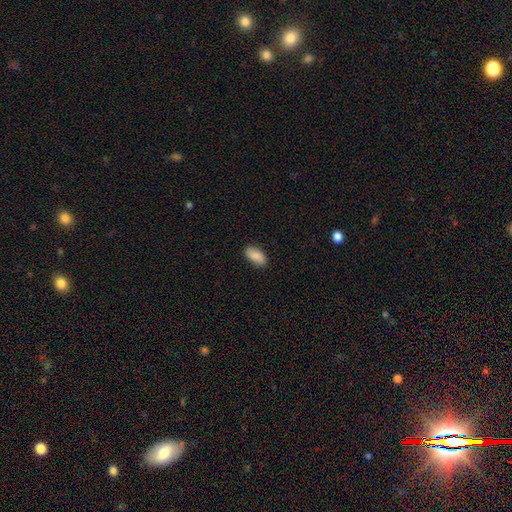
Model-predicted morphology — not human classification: smooth_or_featured: smooth (p=0.85) [alt: featured or disk p=0.09]
how_rounded: in between (p=0.93) [alt: cigar-shaped p=0.04]
merging: none (p=0.86) [alt: minor disturbance p=0.11]